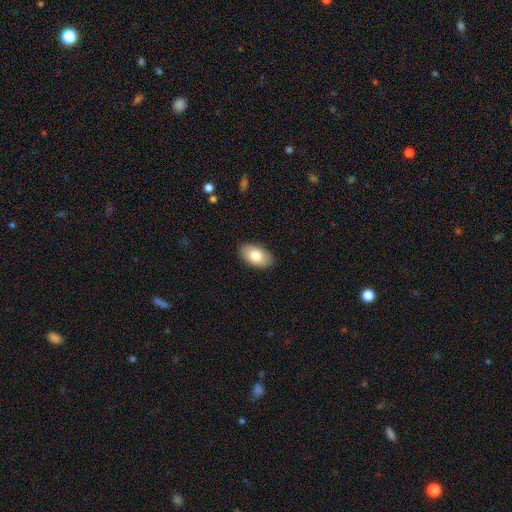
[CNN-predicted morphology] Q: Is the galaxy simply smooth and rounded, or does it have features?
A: smooth — 80%.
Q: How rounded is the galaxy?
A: in between — 94%.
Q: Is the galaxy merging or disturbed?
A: none — 88%.